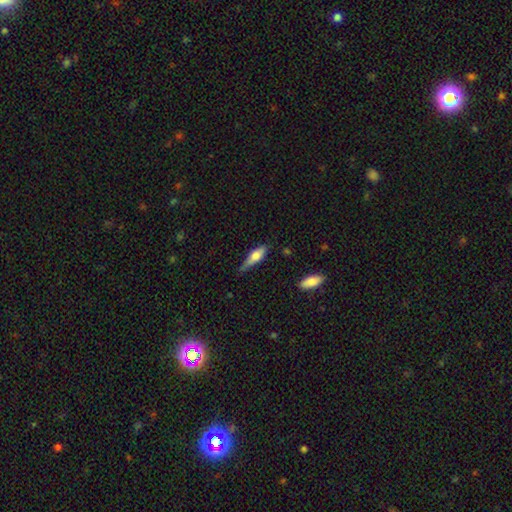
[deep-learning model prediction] A smooth galaxy with no disk features (66%) that is in between round and cigar-shaped (53%). Merging: none (48%).